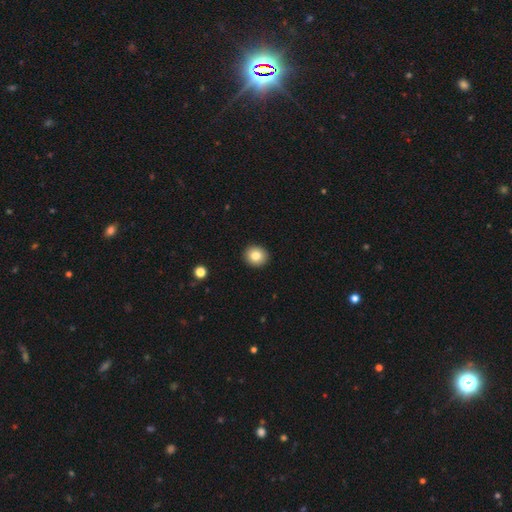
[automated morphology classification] type=smooth (82%); roundness=round (84%); merging=none (92%).